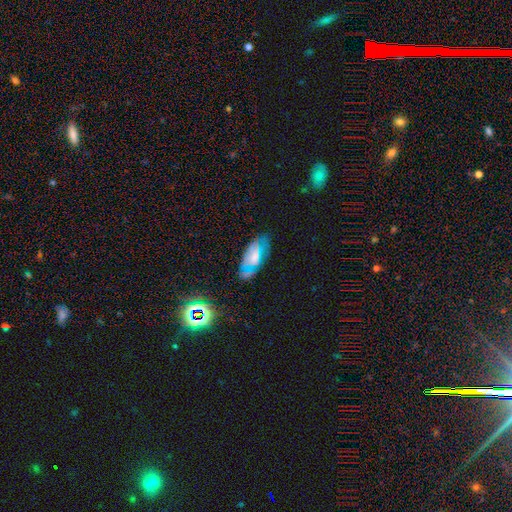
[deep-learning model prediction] Smooth or featured?
  - featured or disk: 42% * (tied)
  - smooth: 42% * (tied)
  - star or artifact: 16%
Merging?
  - none: 51% *
  - minor disturbance: 28%
  - major disturbance: 15%
  - merger: 5%